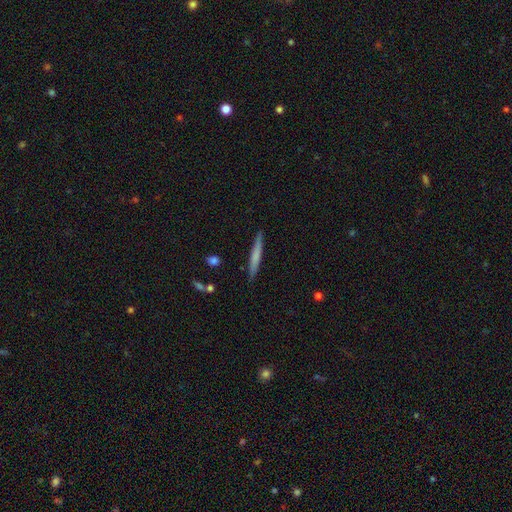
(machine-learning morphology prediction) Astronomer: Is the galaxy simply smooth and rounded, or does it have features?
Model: smooth — 62%.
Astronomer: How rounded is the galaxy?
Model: cigar-shaped — 96%.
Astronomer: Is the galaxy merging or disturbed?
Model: none — 89%.